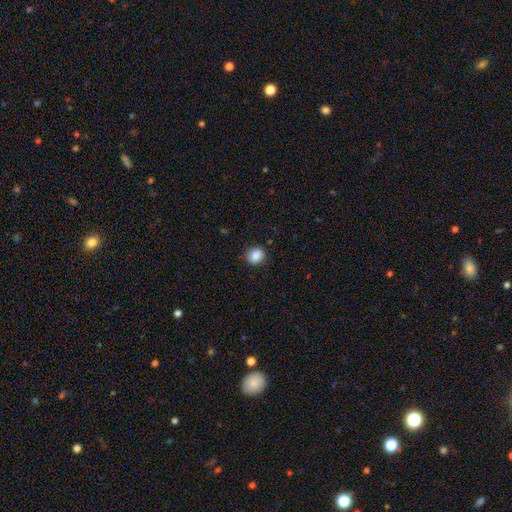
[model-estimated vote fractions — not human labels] This appears to be a smooth galaxy with no disk features (87%) that is round (67%). Merging: none (85%).